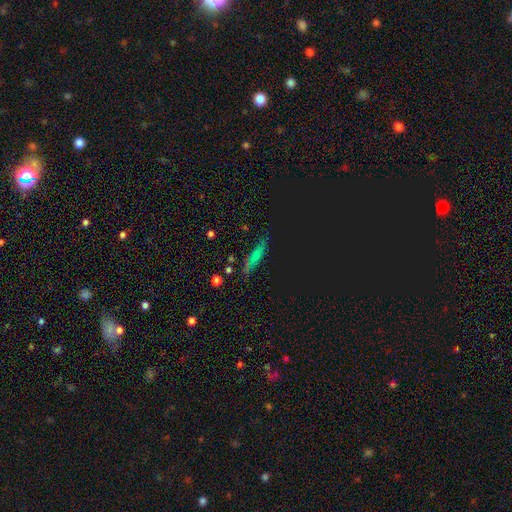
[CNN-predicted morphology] Smooth or featured?
  - smooth: 53% *
  - star or artifact: 27%
  - featured or disk: 20%
How rounded?
  - cigar-shaped: 58% *
  - in between: 35%
  - round: 7%
Merging?
  - none: 76% *
  - minor disturbance: 17%
  - major disturbance: 4%
  - merger: 3%